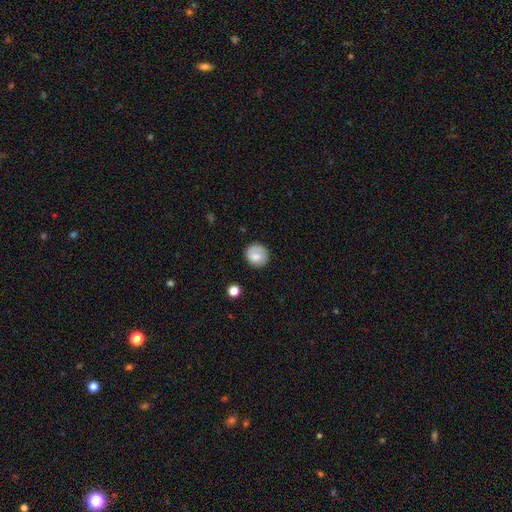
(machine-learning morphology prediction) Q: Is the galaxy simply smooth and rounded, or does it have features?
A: smooth — 72%.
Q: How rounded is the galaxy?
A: round — 87%.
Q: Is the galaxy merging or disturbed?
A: none — 78%.